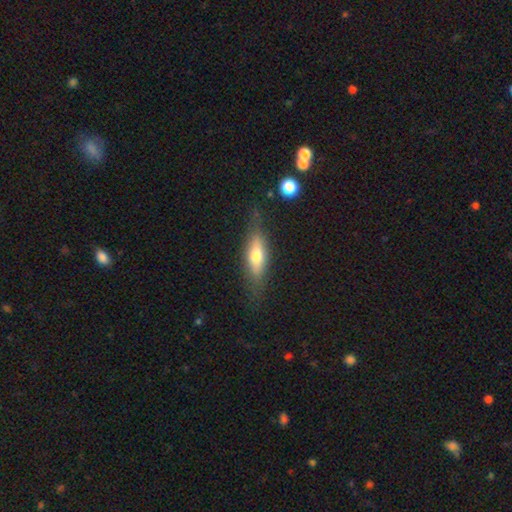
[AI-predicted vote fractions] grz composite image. It shows a smooth galaxy with no disk features (56%) that is in between round and cigar-shaped (52%). Merging: none (76%).